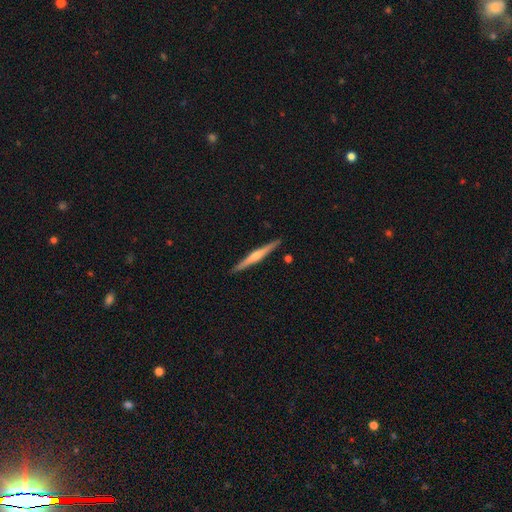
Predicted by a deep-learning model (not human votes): Smooth or featured?
  - featured or disk: 67% *
  - smooth: 28%
  - star or artifact: 5%
Edge-on disk?
  - yes: 98% *
  - no: 2%
Edge-on bulge?
  - rounded: 75% *
  - none: 15%
  - boxy: 10%
Merging?
  - none: 92% *
  - minor disturbance: 6%
  - major disturbance: 1%
  - merger: 1%